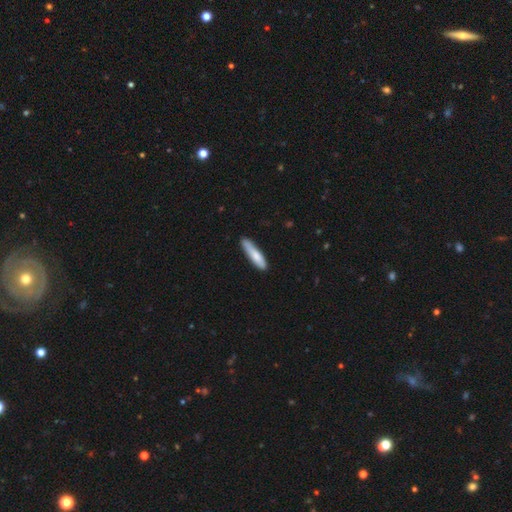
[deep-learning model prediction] This appears to be a smooth galaxy with no disk features (78%) that is cigar-shaped (84%). Merging: none (80%).